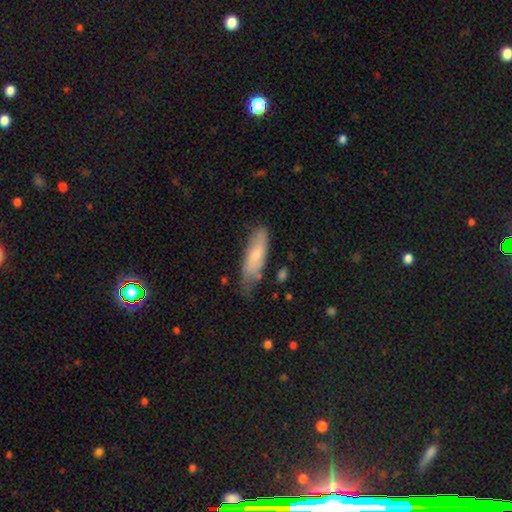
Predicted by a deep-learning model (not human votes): Q: Smooth or featured?
A: smooth (69%); runner-up: featured or disk (26%)
Q: How rounded?
A: in between (54%); runner-up: cigar-shaped (44%)
Q: Merging?
A: none (56%); runner-up: minor disturbance (33%)